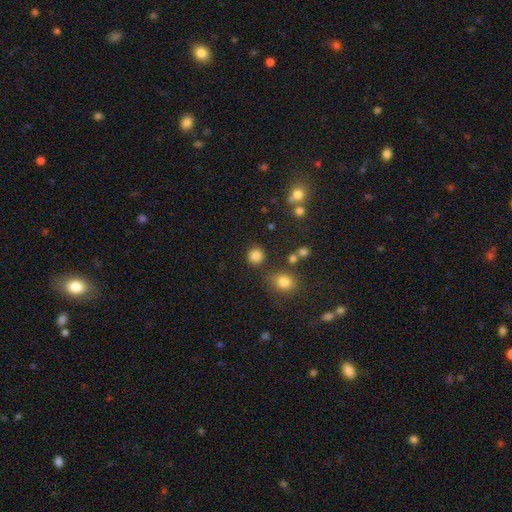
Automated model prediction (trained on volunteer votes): This appears to be a smooth galaxy with no disk features (83%) that is round (89%). Merging: none (82%).